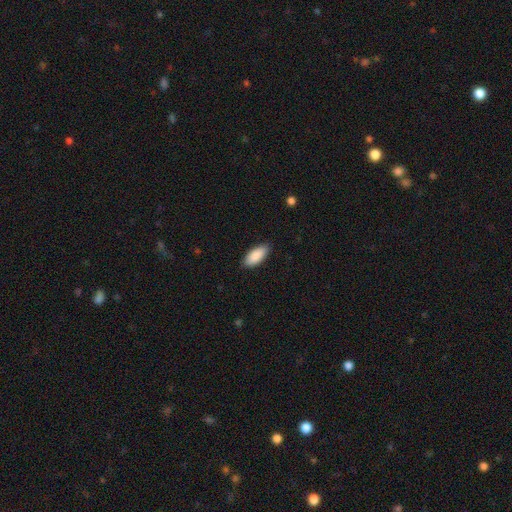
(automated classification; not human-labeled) Smooth or featured: smooth — 89% (star or artifact — 6%)
How rounded: in between — 88% (cigar-shaped — 10%)
Merging: none — 86% (minor disturbance — 12%)